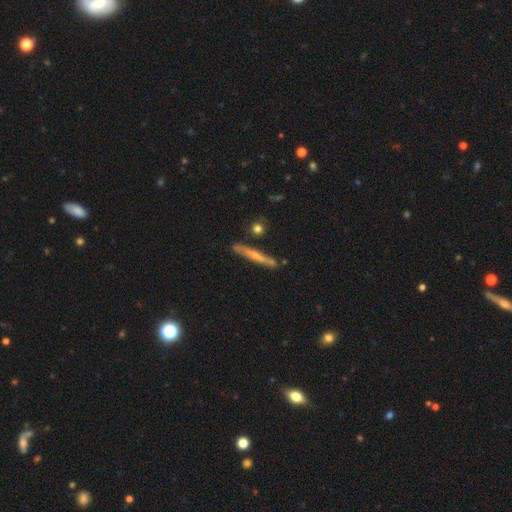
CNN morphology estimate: Smooth or featured?
  - featured or disk: 54% *
  - smooth: 40%
  - star or artifact: 7%
Edge-on disk?
  - yes: 91% *
  - no: 9%
Merging?
  - none: 79% *
  - minor disturbance: 14%
  - merger: 5%
  - major disturbance: 3%